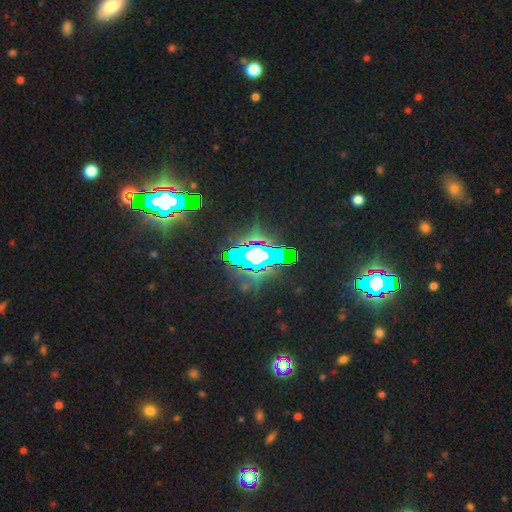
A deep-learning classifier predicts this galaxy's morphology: Q: Smooth or featured?
A: star or artifact (60%); runner-up: smooth (20%)